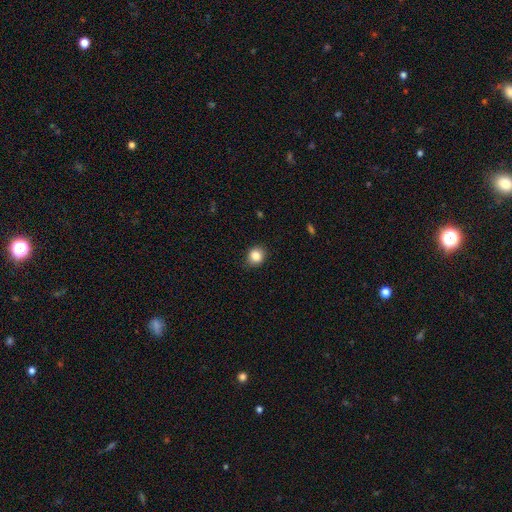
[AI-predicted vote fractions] Smooth or featured: smooth — 85% (star or artifact — 10%)
How rounded: round — 73% (in between — 26%)
Merging: none — 85% (minor disturbance — 11%)